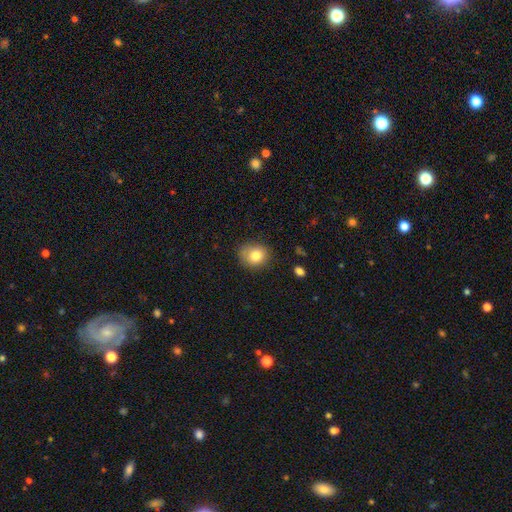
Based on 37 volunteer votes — smooth_or_featured: smooth (p=0.84) [alt: featured or disk p=0.11]
how_rounded: round (p=0.71) [alt: in between p=0.29]
merging: none (p=0.77) [alt: minor disturbance p=0.20]